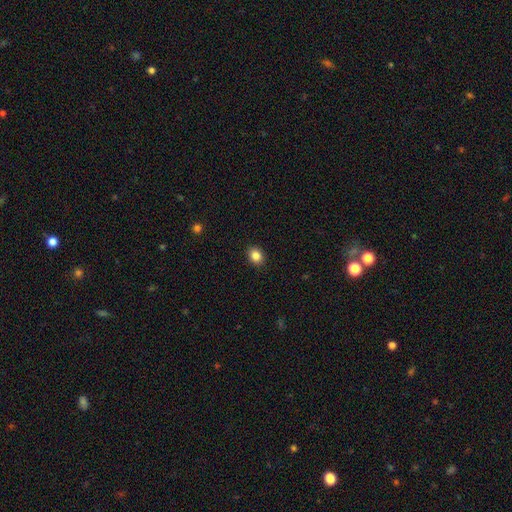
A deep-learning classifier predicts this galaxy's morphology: Smooth or featured? smooth (86%)
How rounded? round (51%)
Merging? none (90%)